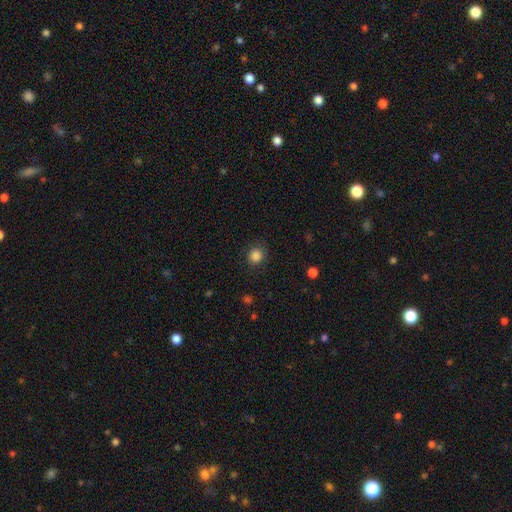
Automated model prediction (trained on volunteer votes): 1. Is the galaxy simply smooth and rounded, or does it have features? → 86% smooth, 11% star or artifact, 3% featured or disk.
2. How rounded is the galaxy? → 87% round, 12% in between, 1% cigar-shaped.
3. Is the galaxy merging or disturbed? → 85% none, 10% minor disturbance, 4% major disturbance, 1% merger.